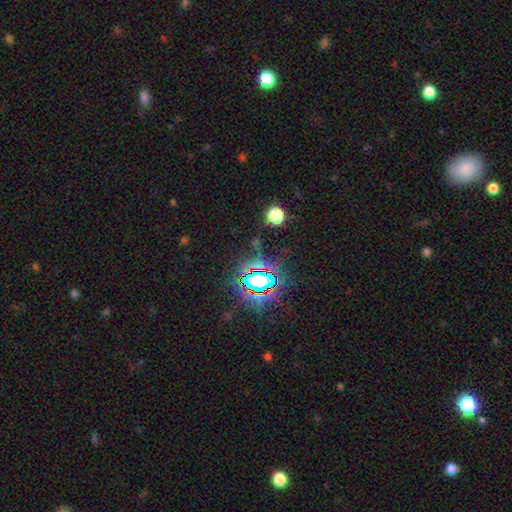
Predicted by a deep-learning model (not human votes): Smooth or featured? star or artifact (81%)